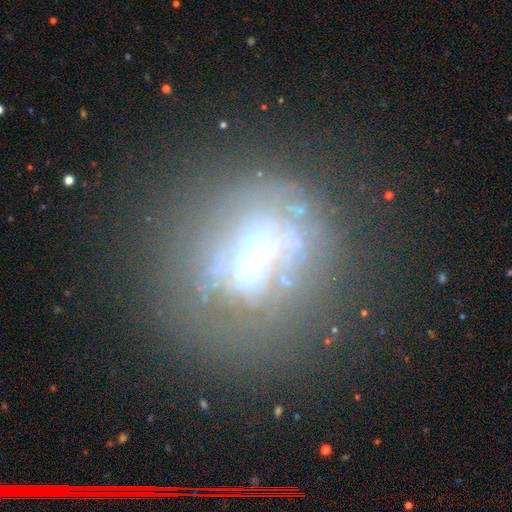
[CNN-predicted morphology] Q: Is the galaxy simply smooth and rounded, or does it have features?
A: featured or disk — 54%.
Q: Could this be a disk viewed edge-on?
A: no — 89%.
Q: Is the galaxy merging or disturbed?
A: none — 60%.